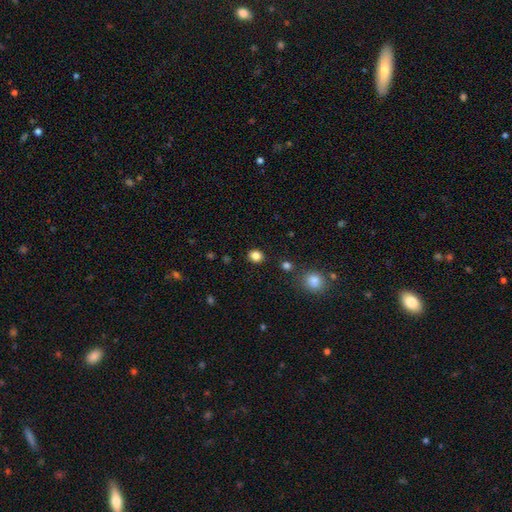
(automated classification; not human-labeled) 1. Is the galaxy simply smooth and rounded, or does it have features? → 84% smooth, 12% star or artifact, 4% featured or disk.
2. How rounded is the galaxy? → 76% round, 23% in between, 1% cigar-shaped.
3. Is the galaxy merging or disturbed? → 88% none, 7% minor disturbance, 2% merger, 2% major disturbance.